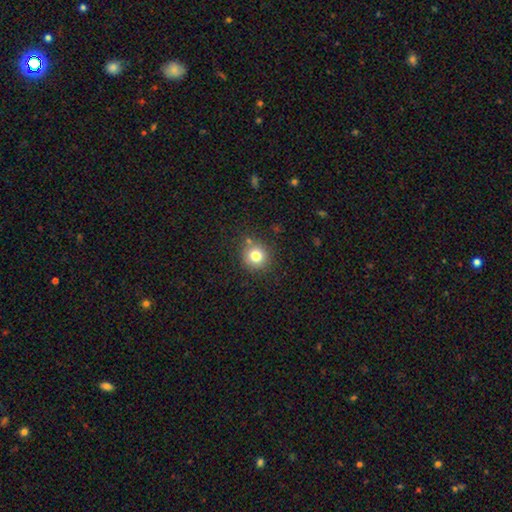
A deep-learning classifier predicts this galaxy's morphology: smooth 79%, star or artifact 13%, featured or disk 8%. Down the decision tree: how rounded — round (93%); merging — none (82%).